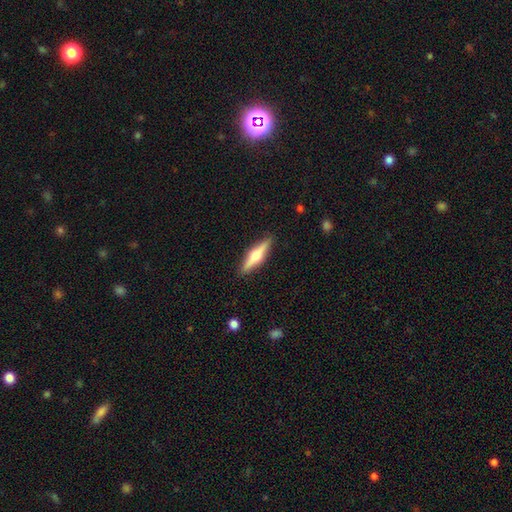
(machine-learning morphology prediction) This is likely a featured or disk galaxy (61%). It is clearly viewed edge-on (97%). Edge-on bulge: clearly rounded (93%). Merging: clearly none (90%).